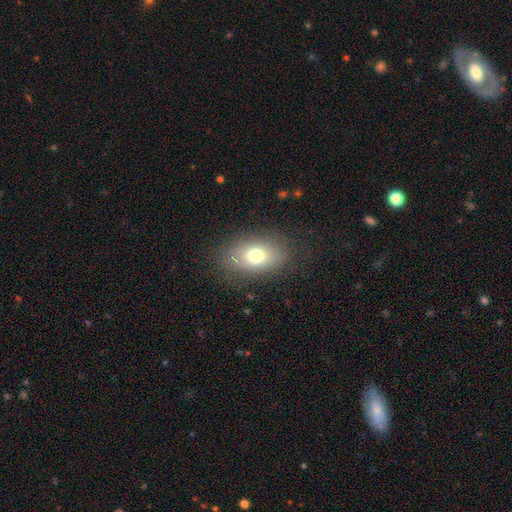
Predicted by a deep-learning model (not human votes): Smooth or featured: smooth — 72% (featured or disk — 17%)
How rounded: in between — 82% (round — 16%)
Merging: none — 79% (minor disturbance — 14%)